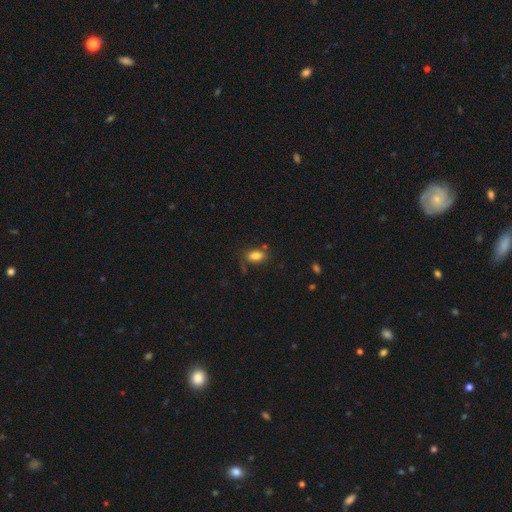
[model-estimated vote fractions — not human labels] The model was most divided on "merging": none: 71%, minor disturbance: 17%, merger: 7%, major disturbance: 6%. More confident: how rounded — in between (88%); smooth or featured — smooth (83%).